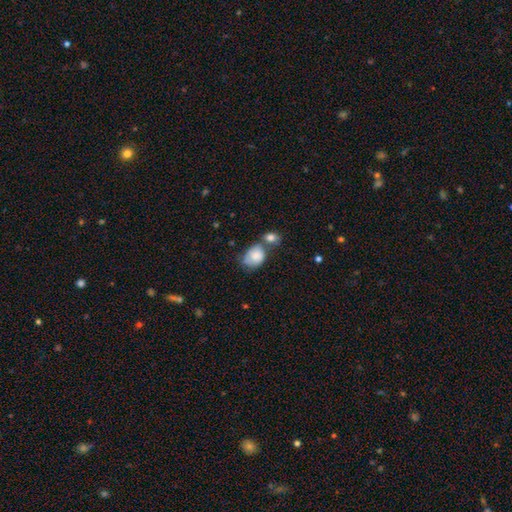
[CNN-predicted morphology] Smooth or featured: smooth — 77% (featured or disk — 16%)
How rounded: in between — 67% (round — 32%)
Merging: merger — 41% (none — 30%)